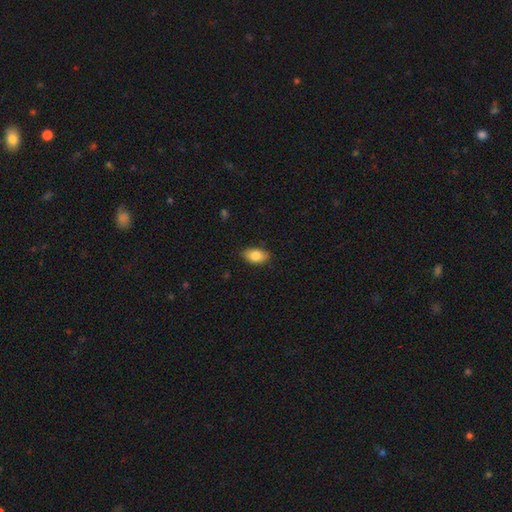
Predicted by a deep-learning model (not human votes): The model was most divided on "merging": none: 83%, minor disturbance: 14%, major disturbance: 2%, merger: 1%. More confident: how rounded — in between (90%); smooth or featured — smooth (83%).